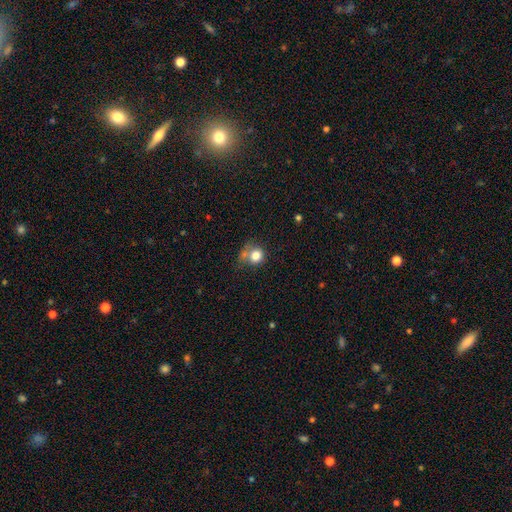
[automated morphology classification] type=smooth (80%); roundness=round (78%); merging=none (46%).